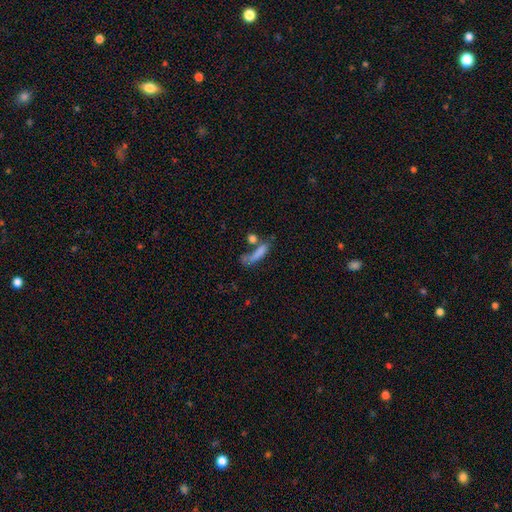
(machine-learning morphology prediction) Overall: smooth (66%). How rounded: cigar-shaped (68%). Merging: none (38%; merger 31%).